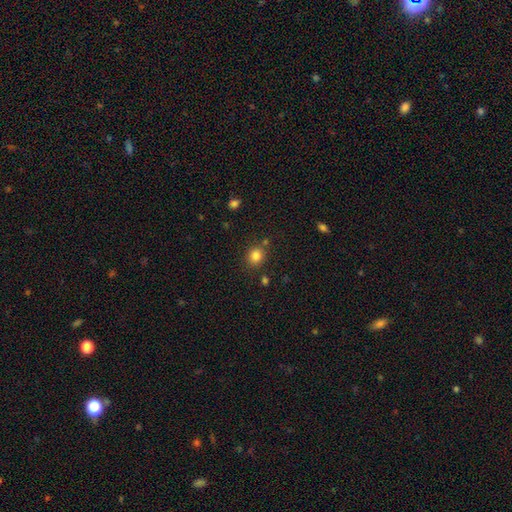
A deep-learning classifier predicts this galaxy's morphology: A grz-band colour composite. It shows a smooth galaxy with no disk features (82%) that is round (78%). Merging: none (80%).